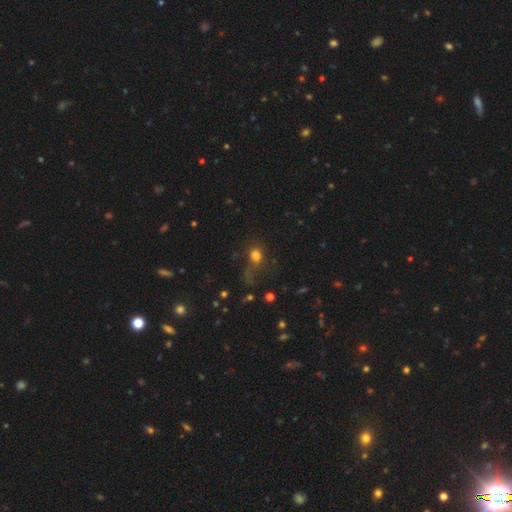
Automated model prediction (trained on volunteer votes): smooth-or-featured: smooth: 72% | star or artifact: 17% | featured or disk: 11%
  how-rounded: round: 64% | in between: 34% | cigar-shaped: 2%
  merging: none: 41% | major disturbance: 36% | minor disturbance: 18% | merger: 6%